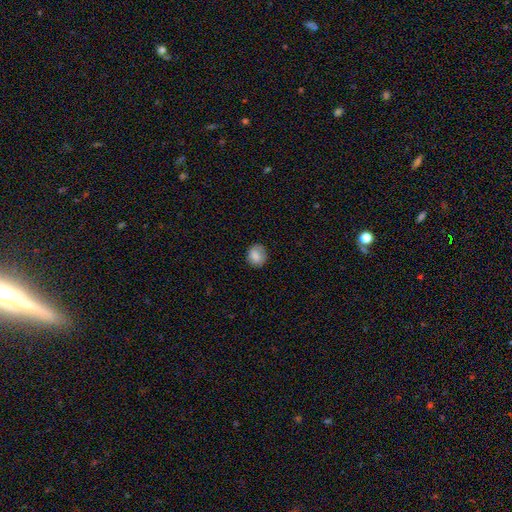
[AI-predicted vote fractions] Smooth or featured? Predicted: smooth (p=0.85). How rounded? Predicted: round (p=0.72). Merging? Predicted: none (p=0.80).